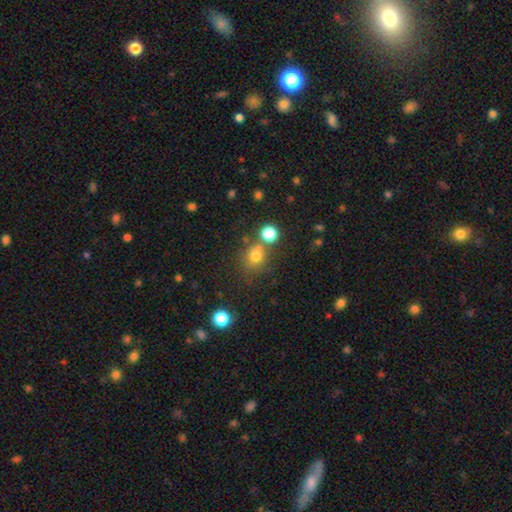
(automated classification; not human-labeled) Morphology: type=smooth (72%); roundness=round (82%); merging=none (62%).